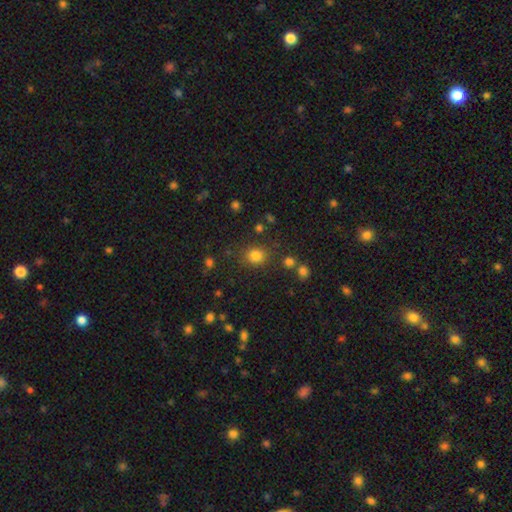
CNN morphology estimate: Q: Smooth or featured?
A: smooth (81%); runner-up: star or artifact (14%)
Q: How rounded?
A: round (77%); runner-up: in between (22%)
Q: Merging?
A: none (81%); runner-up: minor disturbance (10%)